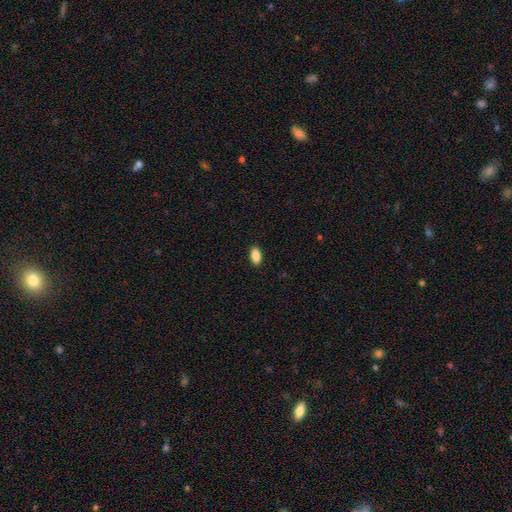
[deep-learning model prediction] This is clearly a smooth galaxy (88%). How rounded: clearly in between (91%). Merging: clearly none (90%).